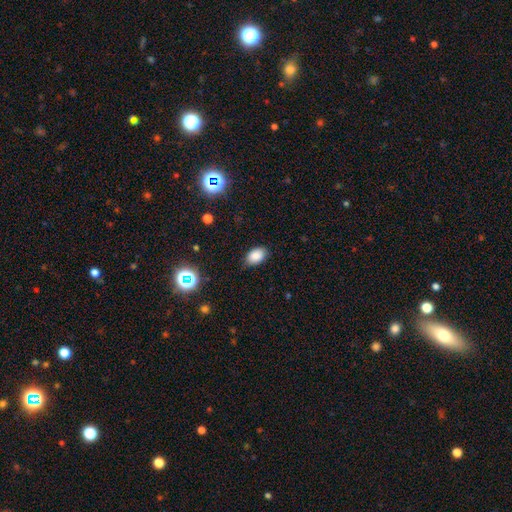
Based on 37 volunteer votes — A smooth galaxy with no disk features (92%) that is in between round and cigar-shaped (85%).

Vote fractions:
- Smooth or featured? smooth: 92% / star or artifact: 5% / featured or disk: 3%
- How rounded? in between: 85% / round: 15% / cigar-shaped: 0%
- Merging? none: 83% / minor disturbance: 14% / major disturbance: 3% / merger: 0%